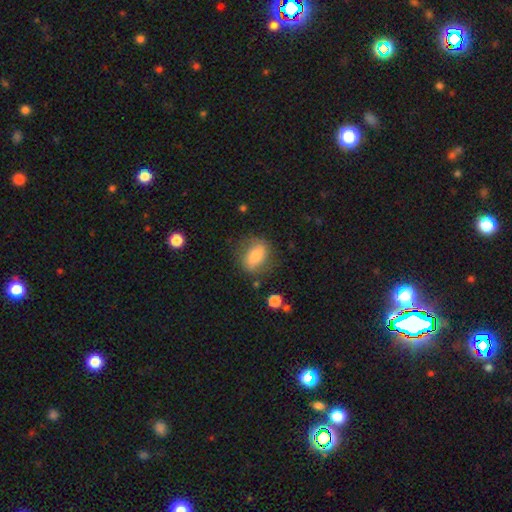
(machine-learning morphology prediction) A smooth galaxy with no disk features (67%) that is in between round and cigar-shaped (66%).

Vote fractions:
- Smooth or featured? smooth: 67% / featured or disk: 25% / star or artifact: 8%
- How rounded? in between: 66% / round: 31% / cigar-shaped: 3%
- Merging? none: 71% / minor disturbance: 19% / major disturbance: 8% / merger: 2%